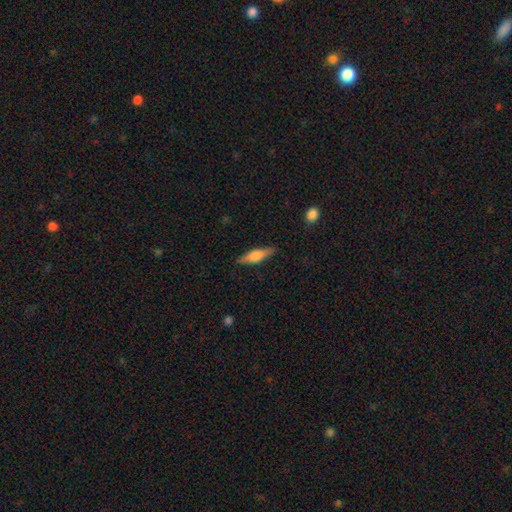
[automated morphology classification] Smooth or featured? Predicted: smooth (p=0.56). How rounded? Predicted: cigar-shaped (p=0.58). Merging? Predicted: none (p=0.83).